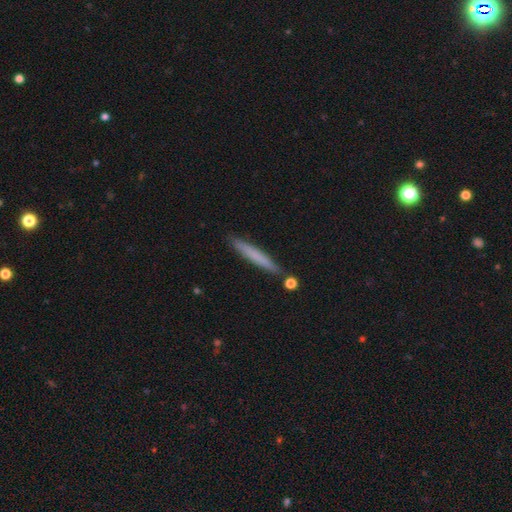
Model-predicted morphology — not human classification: type=smooth (67%); roundness=cigar-shaped (96%); merging=none (86%).